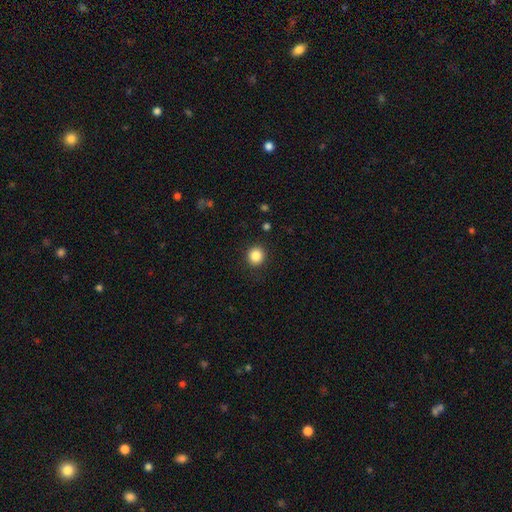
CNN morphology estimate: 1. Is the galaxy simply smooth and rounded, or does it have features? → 86% smooth, 10% star or artifact, 4% featured or disk.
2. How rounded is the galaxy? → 89% round, 10% in between, 1% cigar-shaped.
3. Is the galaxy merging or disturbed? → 90% none, 6% minor disturbance, 2% major disturbance, 1% merger.